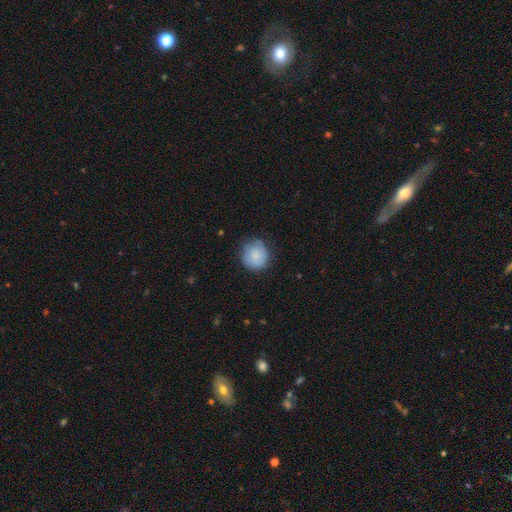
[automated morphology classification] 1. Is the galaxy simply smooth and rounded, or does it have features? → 82% smooth, 11% featured or disk, 7% star or artifact.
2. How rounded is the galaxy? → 87% round, 12% in between, 1% cigar-shaped.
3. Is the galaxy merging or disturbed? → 71% none, 22% minor disturbance, 5% major disturbance, 1% merger.